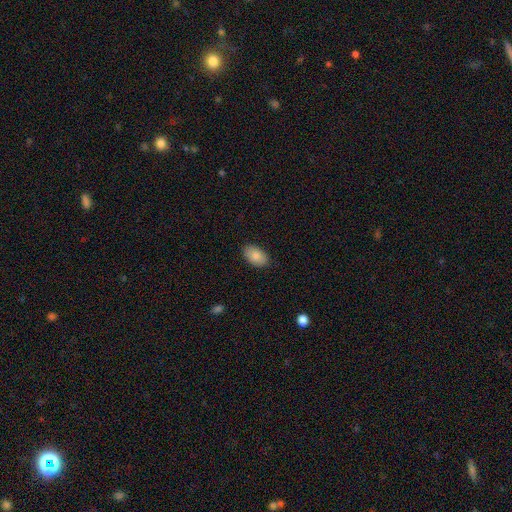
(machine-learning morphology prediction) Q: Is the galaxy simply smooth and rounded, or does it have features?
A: smooth — 86%.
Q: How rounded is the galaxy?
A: in between — 93%.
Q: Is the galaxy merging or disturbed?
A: none — 87%.